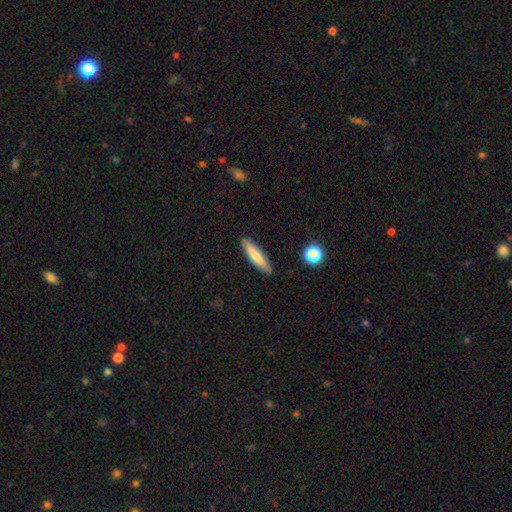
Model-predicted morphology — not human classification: The model was most divided on "smooth or featured": smooth: 67%, featured or disk: 26%, star or artifact: 6%. More confident: merging — none (89%); how rounded — cigar-shaped (80%).